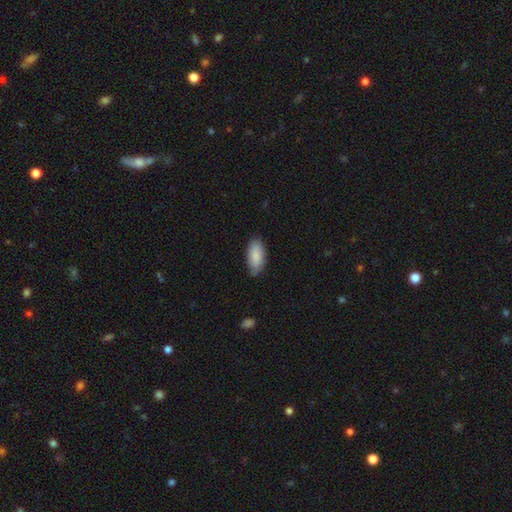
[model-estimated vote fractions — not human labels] Smooth or featured?
  - smooth: 85% *
  - featured or disk: 9%
  - star or artifact: 6%
How rounded?
  - in between: 92% *
  - cigar-shaped: 6%
  - round: 2%
Merging?
  - none: 73% *
  - minor disturbance: 23%
  - major disturbance: 3%
  - merger: 1%